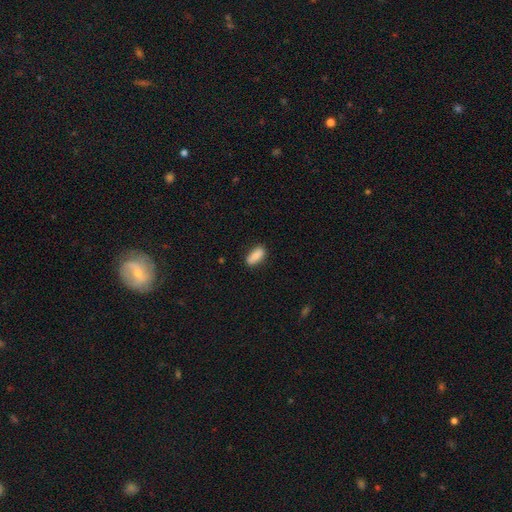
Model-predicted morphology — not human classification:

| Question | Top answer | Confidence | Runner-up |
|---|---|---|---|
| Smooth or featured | smooth | 86% | featured or disk (7%) |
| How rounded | in between | 82% | cigar-shaped (15%) |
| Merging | none | 83% | minor disturbance (13%) |